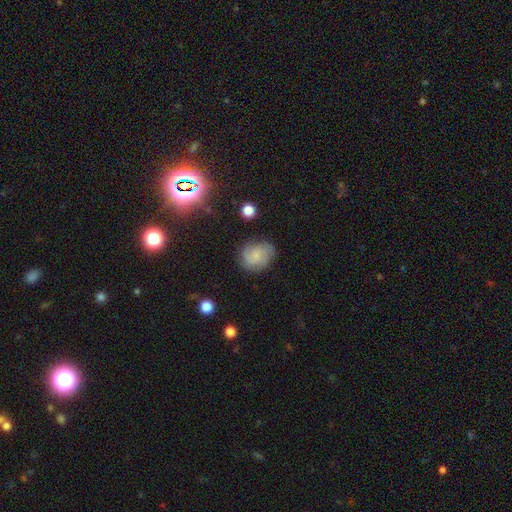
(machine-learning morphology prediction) This appears to be a smooth galaxy with no disk features (47%). Merging: none (71%).